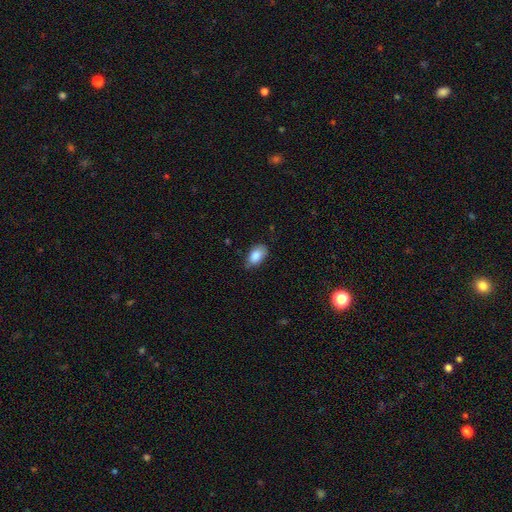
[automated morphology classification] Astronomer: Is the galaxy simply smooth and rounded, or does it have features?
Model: smooth — 86%.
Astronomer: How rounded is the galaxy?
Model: in between — 92%.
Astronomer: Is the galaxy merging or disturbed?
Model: none — 74%.